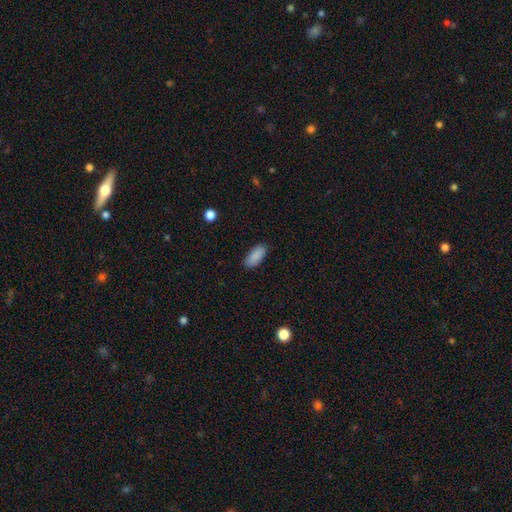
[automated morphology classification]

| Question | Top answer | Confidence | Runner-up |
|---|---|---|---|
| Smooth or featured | smooth | 89% | star or artifact (7%) |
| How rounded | in between | 86% | cigar-shaped (12%) |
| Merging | none | 87% | minor disturbance (9%) |